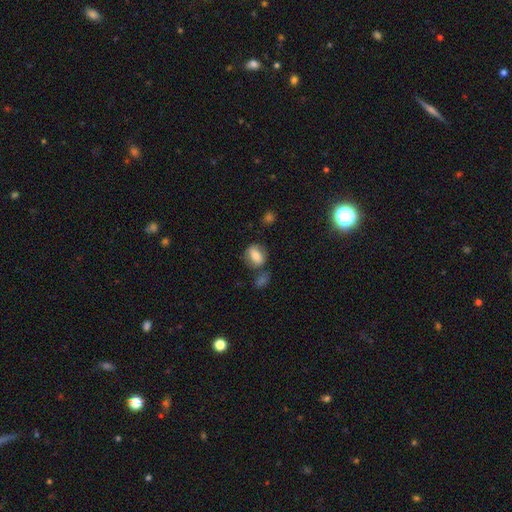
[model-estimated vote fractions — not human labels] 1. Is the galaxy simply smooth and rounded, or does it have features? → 71% smooth, 20% featured or disk, 9% star or artifact.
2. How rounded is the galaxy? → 65% in between, 32% round, 3% cigar-shaped.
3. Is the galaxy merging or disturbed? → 61% none, 18% minor disturbance, 13% merger, 7% major disturbance.